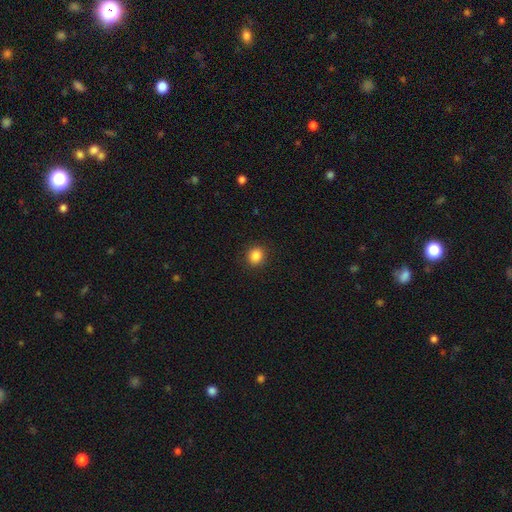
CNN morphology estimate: A smooth galaxy with no disk features (86%) that is round (80%).

Vote fractions:
- Smooth or featured? smooth: 86% / star or artifact: 10% / featured or disk: 4%
- How rounded? round: 80% / in between: 19% / cigar-shaped: 1%
- Merging? none: 91% / minor disturbance: 6% / major disturbance: 2% / merger: 1%